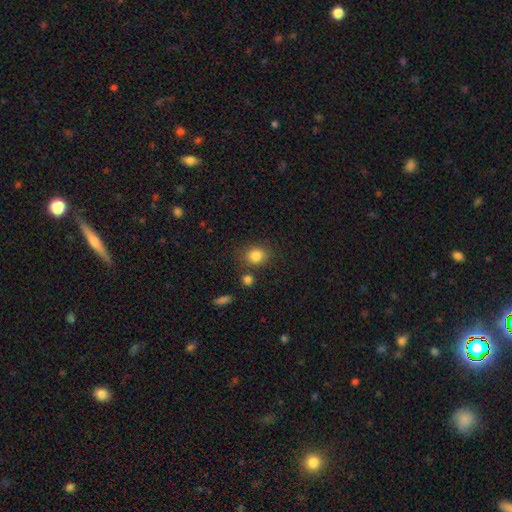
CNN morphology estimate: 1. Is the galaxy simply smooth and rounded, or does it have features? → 84% smooth, 10% star or artifact, 6% featured or disk.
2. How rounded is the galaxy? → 68% round, 31% in between, 1% cigar-shaped.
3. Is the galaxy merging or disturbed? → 76% none, 12% minor disturbance, 8% merger, 4% major disturbance.